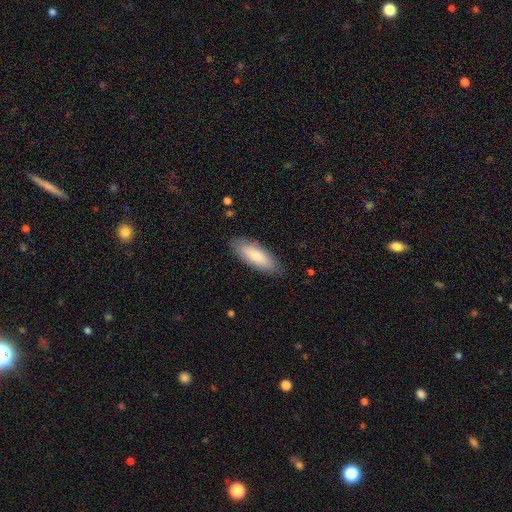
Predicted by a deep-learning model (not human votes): A smooth galaxy with no disk features (83%) that is in between round and cigar-shaped (66%). Merging: none (84%).